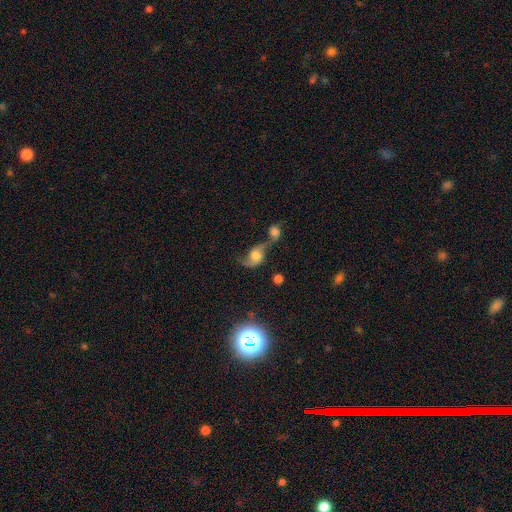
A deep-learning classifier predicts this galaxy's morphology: smooth-or-featured: featured or disk: 53% | smooth: 35% | star or artifact: 12%
  disk-edge-on: no: 94% | yes: 6%
    bar: no: 69% | weak: 25% | strong: 6%
    has-spiral-arms: yes: 84% | no: 16%
    bulge-size: moderate: 49% | large: 30% | small: 11% | none: 5% | dominant: 4%
  merging: merger: 47% | none: 25% | major disturbance: 14% | minor disturbance: 14%